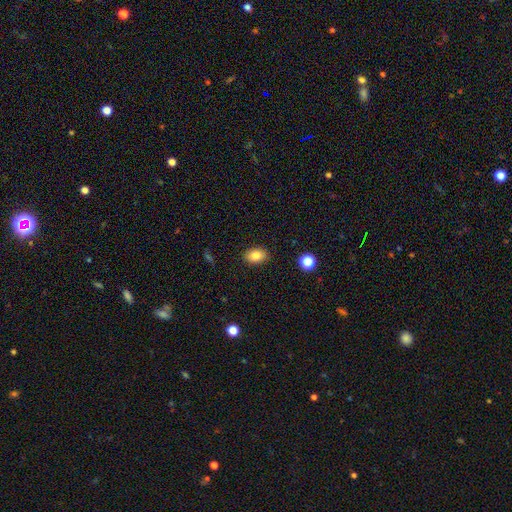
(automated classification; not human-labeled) Morphology: type=smooth (84%); roundness=in between (84%); merging=none (88%).